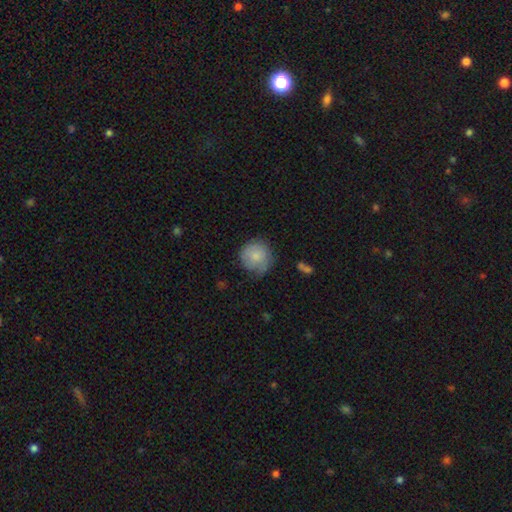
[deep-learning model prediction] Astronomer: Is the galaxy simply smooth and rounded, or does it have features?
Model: smooth — 75%.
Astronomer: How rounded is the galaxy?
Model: round — 92%.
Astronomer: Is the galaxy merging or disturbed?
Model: none — 65%.